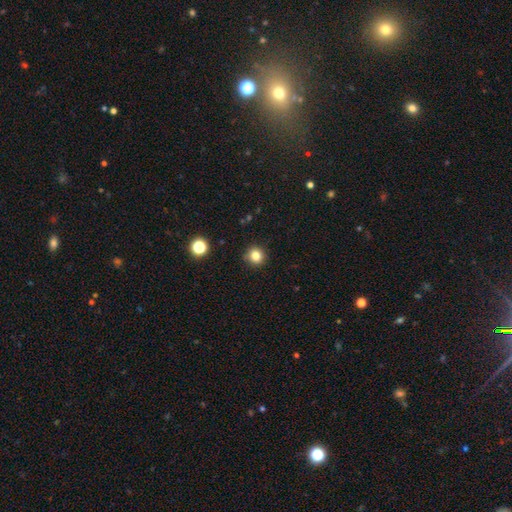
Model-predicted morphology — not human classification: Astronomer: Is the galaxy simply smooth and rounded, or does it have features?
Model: smooth — 81%.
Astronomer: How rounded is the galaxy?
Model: round — 91%.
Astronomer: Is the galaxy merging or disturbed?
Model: none — 89%.